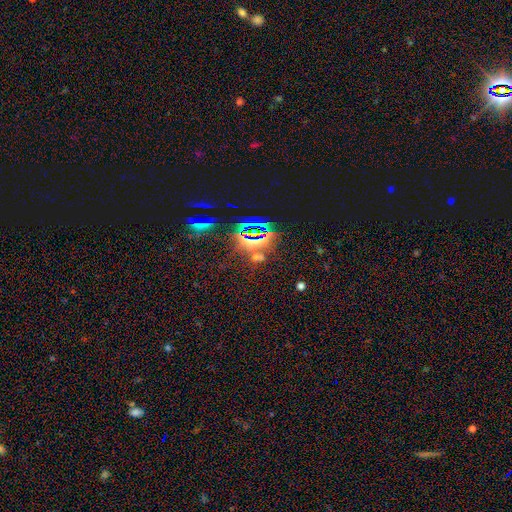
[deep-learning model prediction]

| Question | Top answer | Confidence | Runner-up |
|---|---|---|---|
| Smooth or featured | star or artifact | 81% | smooth (11%) |